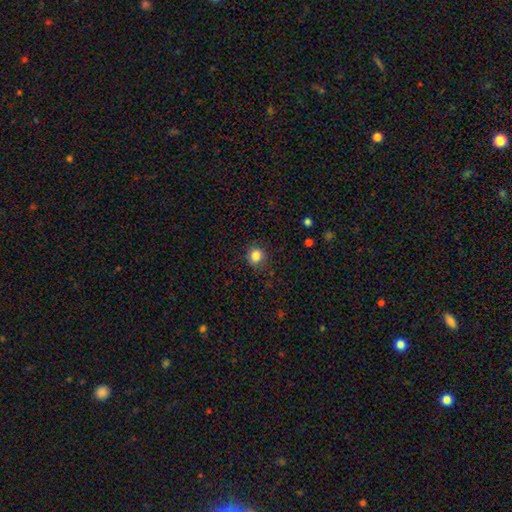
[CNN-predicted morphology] A smooth galaxy with no disk features (85%) that is round (87%). Merging: none (84%).